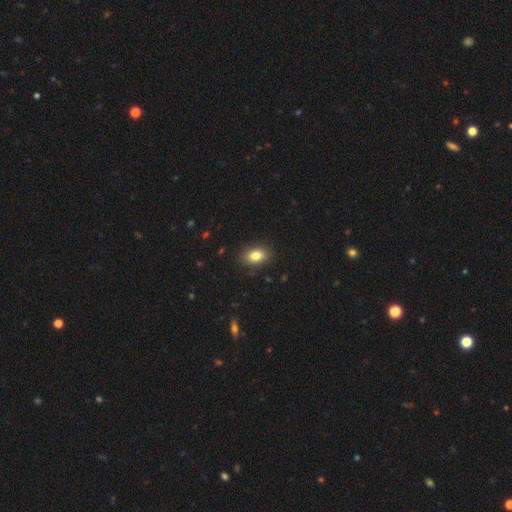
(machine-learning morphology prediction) smooth_or_featured: smooth (p=0.82) [alt: star or artifact p=0.09]
how_rounded: in between (p=0.83) [alt: round p=0.16]
merging: none (p=0.88) [alt: minor disturbance p=0.09]